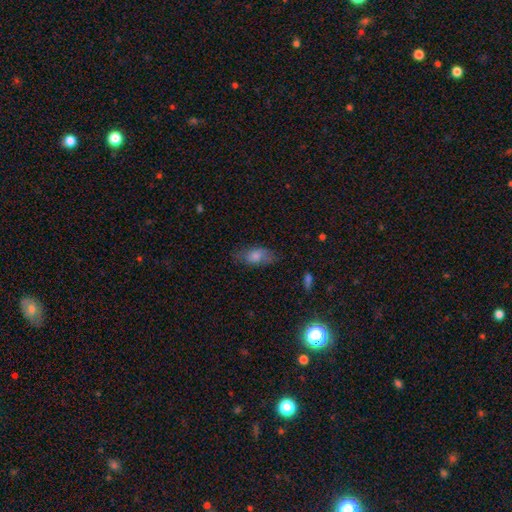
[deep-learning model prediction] This appears to be a smooth galaxy with no disk features (64%) that is in between round and cigar-shaped (83%). Merging: none (73%).